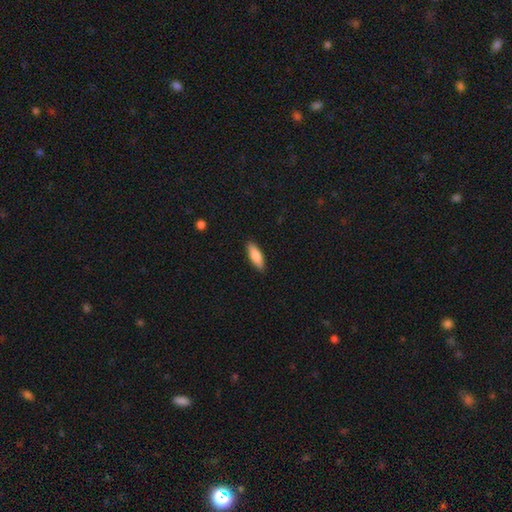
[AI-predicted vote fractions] The model was most divided on "how rounded": in between: 52%, cigar-shaped: 46%, round: 2%. More confident: merging — none (89%); smooth or featured — smooth (82%).